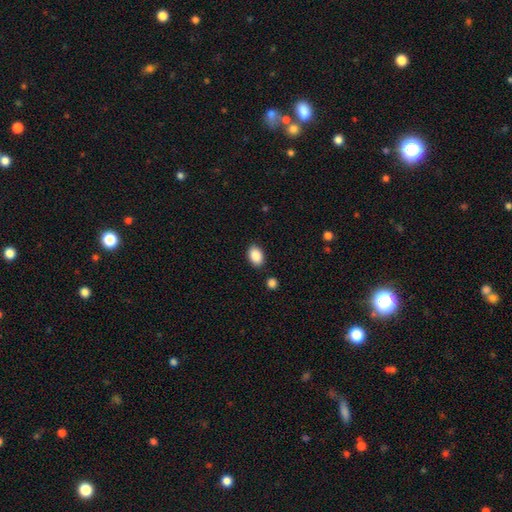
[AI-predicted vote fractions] Overall: smooth (88%). How rounded: in between (85%). Merging: none (85%).